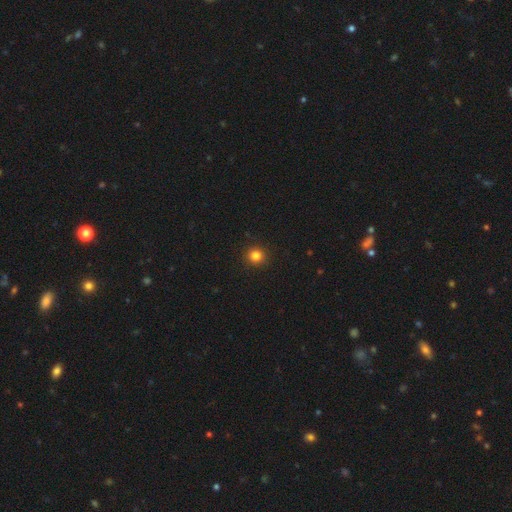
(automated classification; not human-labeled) smooth 83%, star or artifact 13%, featured or disk 4%. Down the decision tree: how rounded — round (93%); merging — none (93%).